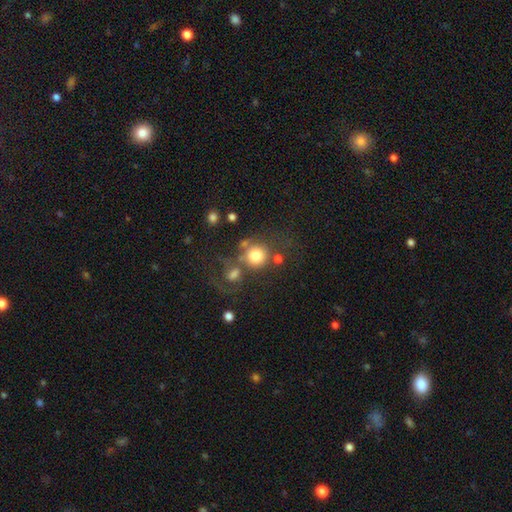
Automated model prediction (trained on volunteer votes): Overall: smooth (75%). How rounded: round (88%). Merging: none (52%; merger 24%).